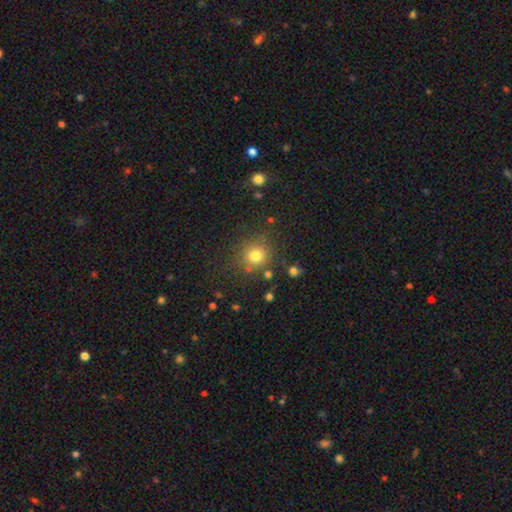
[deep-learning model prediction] Smooth or featured?
  - smooth: 77% *
  - star or artifact: 16%
  - featured or disk: 7%
How rounded?
  - round: 87% *
  - in between: 12%
  - cigar-shaped: 1%
Merging?
  - none: 80% *
  - minor disturbance: 11%
  - merger: 5%
  - major disturbance: 4%